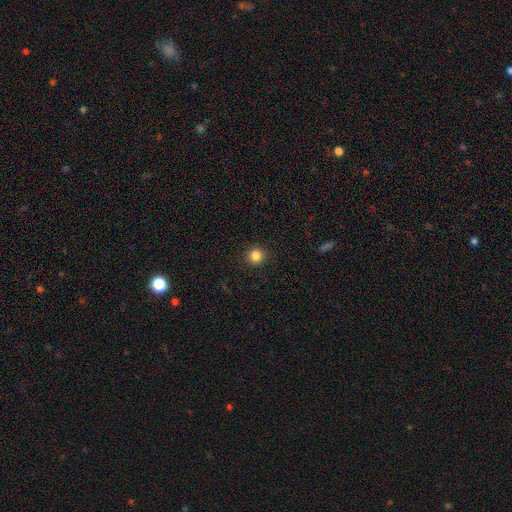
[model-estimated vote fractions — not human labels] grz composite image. It shows a smooth galaxy with no disk features (85%) that is round (93%). Merging: none (92%).